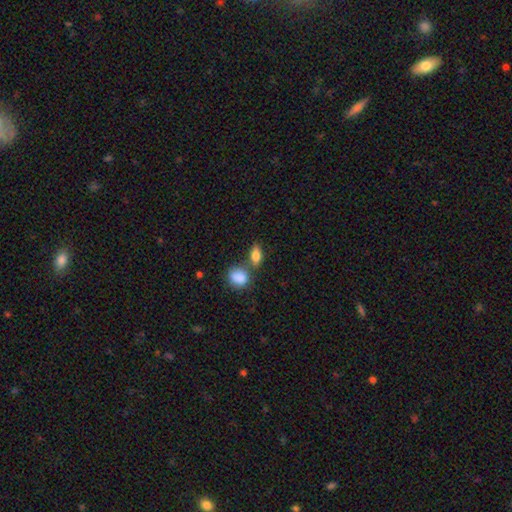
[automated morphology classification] Smooth or featured: smooth — 81% (featured or disk — 10%)
How rounded: in between — 80% (round — 13%)
Merging: none — 57% (merger — 25%)